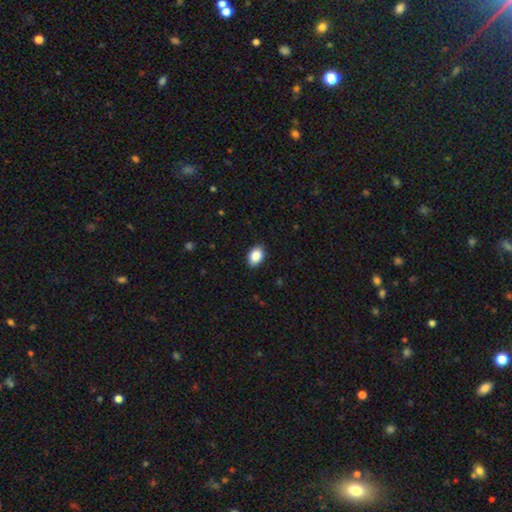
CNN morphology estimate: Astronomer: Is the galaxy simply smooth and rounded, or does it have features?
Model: smooth — 88%.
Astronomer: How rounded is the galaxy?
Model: in between — 85%.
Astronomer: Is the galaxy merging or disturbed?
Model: none — 88%.